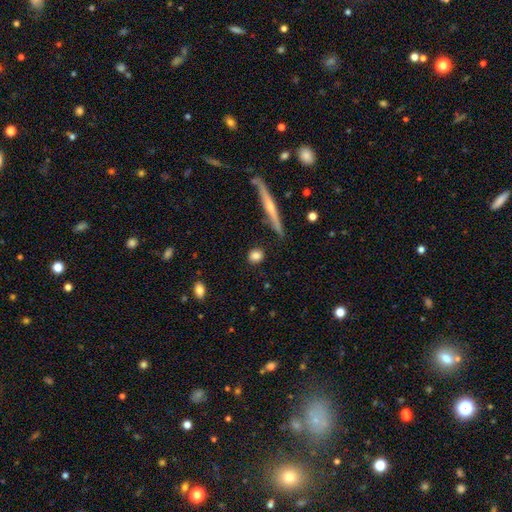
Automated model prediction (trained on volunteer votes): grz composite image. It shows a smooth galaxy with no disk features (81%) that is round (72%). Merging: none (86%).